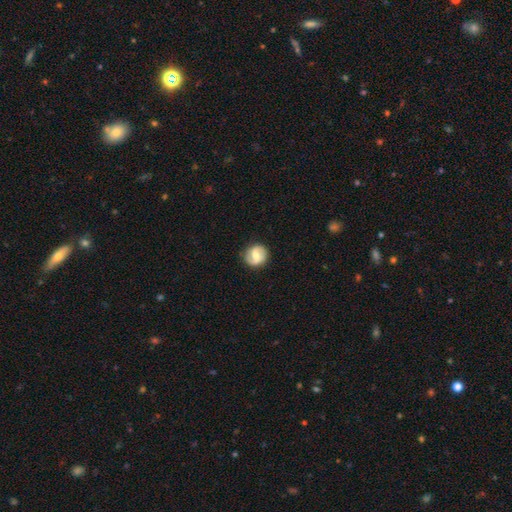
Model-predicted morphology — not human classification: A featured or disk galaxy (60%) with a weak bar (49%), spiral arms (81%) and a moderate central bulge (61%).

Vote fractions:
- Smooth or featured? featured or disk: 60% / smooth: 34% / star or artifact: 6%
- Edge-on disk? no: 97% / yes: 3%
- Bar? weak: 49% / strong: 30% / no: 20%
- Spiral arms? yes: 81% / no: 19%
- Bulge size? moderate: 61% / small: 28% / large: 6% / none: 3% / dominant: 1%
- Merging? none: 84% / minor disturbance: 11% / major disturbance: 3% / merger: 1%